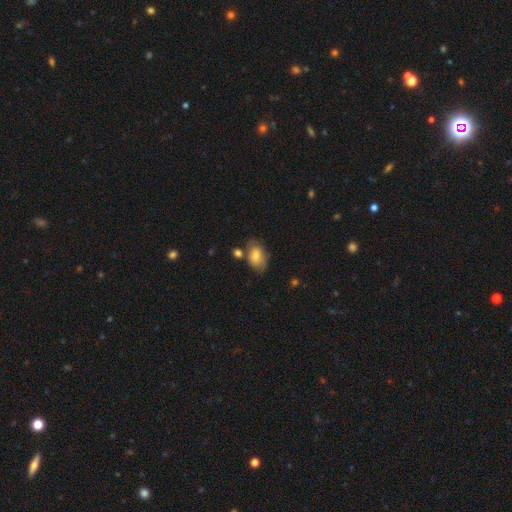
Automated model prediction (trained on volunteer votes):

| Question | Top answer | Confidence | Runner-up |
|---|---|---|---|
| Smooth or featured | smooth | 64% | featured or disk (28%) |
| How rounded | in between | 85% | round (14%) |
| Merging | none | 58% | minor disturbance (23%) |